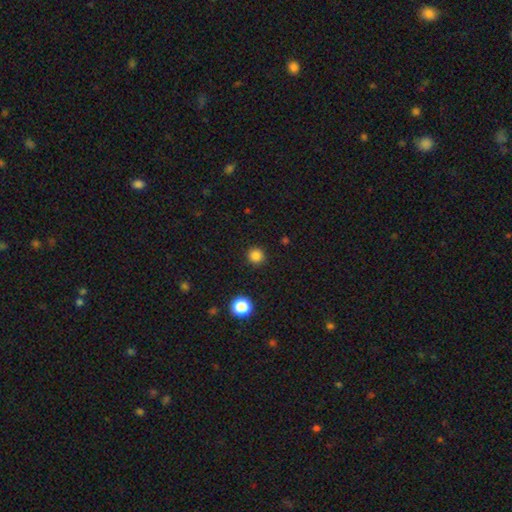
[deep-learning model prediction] Smooth or featured: smooth — 84% (star or artifact — 12%)
How rounded: round — 94% (in between — 5%)
Merging: none — 92% (minor disturbance — 5%)